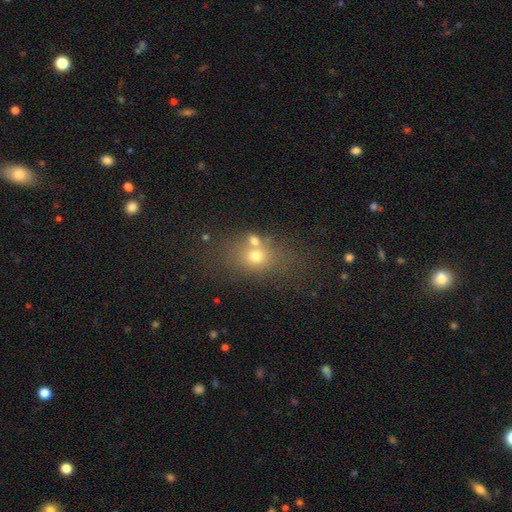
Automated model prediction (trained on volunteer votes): Smooth or featured? Predicted: smooth (p=0.66). How rounded? Predicted: in between (p=0.56). Merging? Predicted: none (p=0.53).